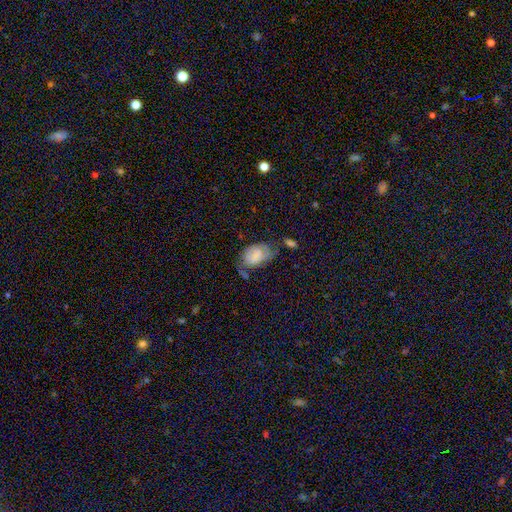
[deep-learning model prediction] This appears to be a smooth galaxy with no disk features (69%) that is in between round and cigar-shaped (89%). Merging: minor disturbance (34%).